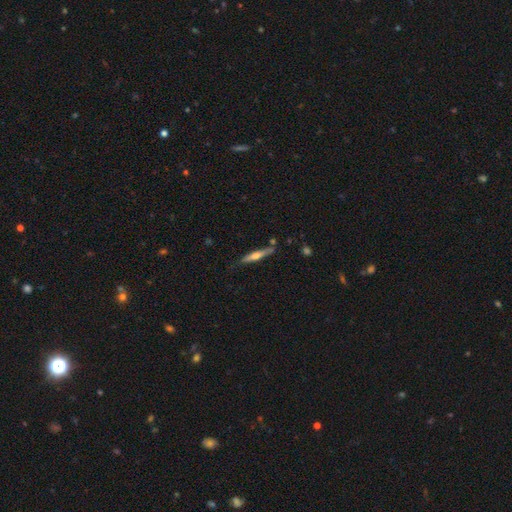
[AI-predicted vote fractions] Smooth or featured? featured or disk (58%)
Edge-on disk? yes (95%)
Edge-on bulge? rounded (86%)
Merging? none (77%)